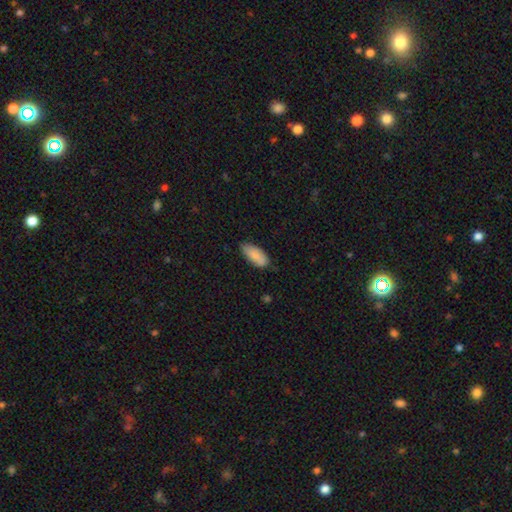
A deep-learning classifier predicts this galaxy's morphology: smooth-or-featured: smooth: 84% | featured or disk: 10% | star or artifact: 6%
  how-rounded: in between: 87% | cigar-shaped: 11% | round: 2%
  merging: none: 71% | minor disturbance: 24% | major disturbance: 3% | merger: 2%